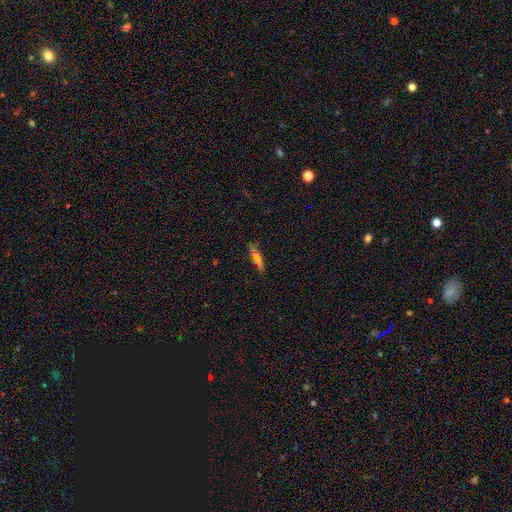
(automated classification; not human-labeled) Morphology: type=featured or disk (45%); merging=none (80%).